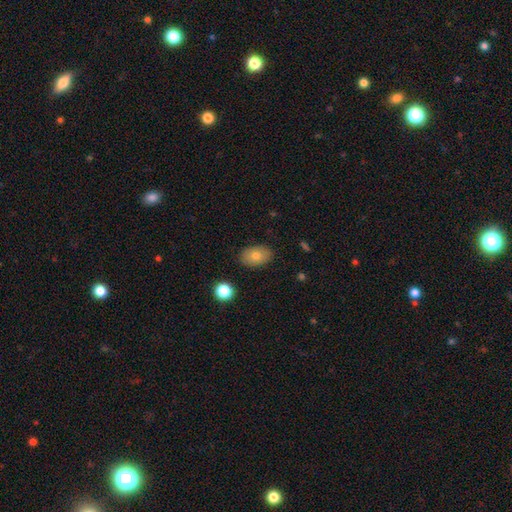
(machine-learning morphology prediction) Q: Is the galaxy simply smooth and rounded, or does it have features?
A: smooth — 76%.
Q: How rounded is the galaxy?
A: in between — 85%.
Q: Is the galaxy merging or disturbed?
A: none — 86%.